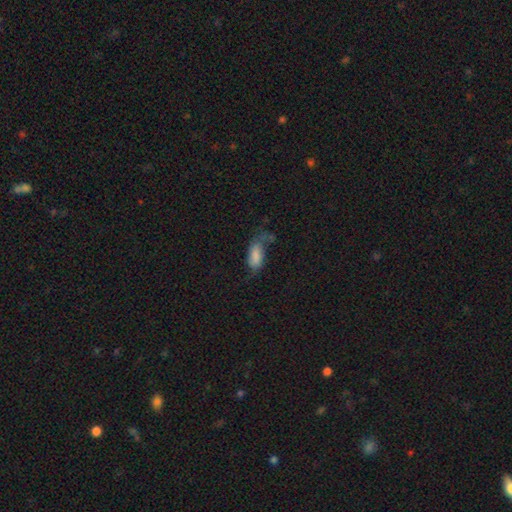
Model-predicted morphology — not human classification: This is likely a smooth galaxy (69%). How rounded: clearly in between (87%). Merging: marginally major disturbance (32%, tied with none).